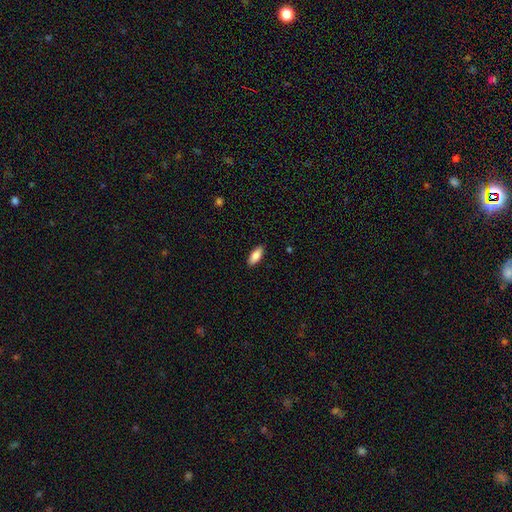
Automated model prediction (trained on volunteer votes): smooth 84%, featured or disk 10%, star or artifact 6%. Down the decision tree: how rounded — in between (80%); merging — none (89%).